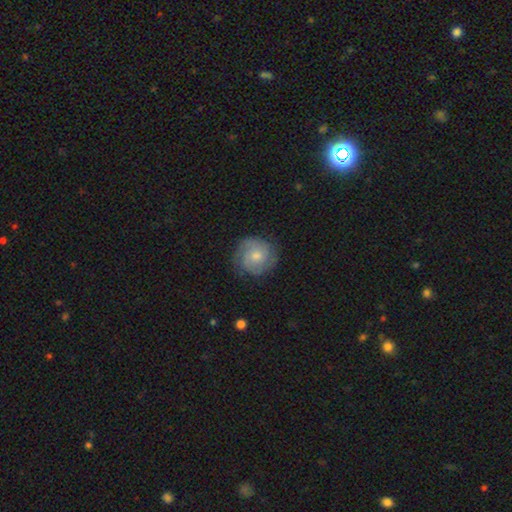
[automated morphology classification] Smooth or featured? Predicted: featured or disk (p=0.61). Edge-on disk? Predicted: no (p=0.98). Bar? Predicted: no (p=0.69). Spiral arms? Predicted: yes (p=0.91). Spiral winding? Predicted: tight (p=0.59). Spiral arm count? Predicted: 2 (p=0.52). Bulge size? Predicted: moderate (p=0.49). Merging? Predicted: none (p=0.79).